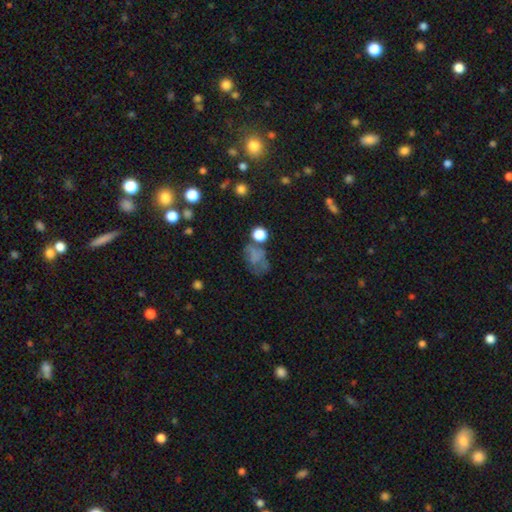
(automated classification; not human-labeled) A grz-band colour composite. It shows a smooth galaxy with no disk features (59%) that is in between round and cigar-shaped (68%). Merging: none (38%).